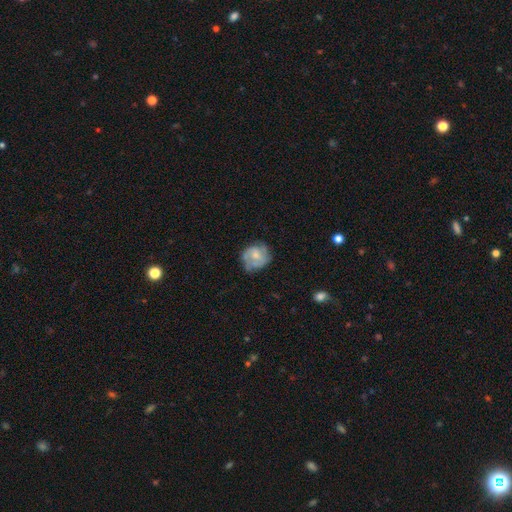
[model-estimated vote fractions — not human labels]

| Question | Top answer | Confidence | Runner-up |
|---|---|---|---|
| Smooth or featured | featured or disk | 53% | smooth (40%) |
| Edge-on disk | no | 98% | yes (2%) |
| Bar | no | 68% | weak (28%) |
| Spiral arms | yes | 73% | no (27%) |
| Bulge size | small | 46% | moderate (42%) |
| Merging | none | 59% | minor disturbance (28%) |